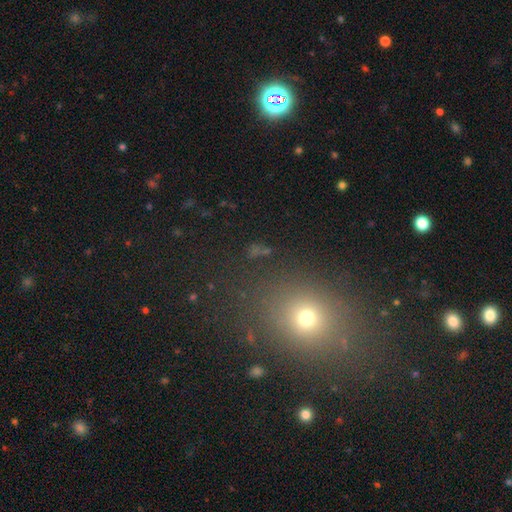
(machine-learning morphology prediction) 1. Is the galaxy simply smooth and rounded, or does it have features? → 51% smooth, 40% star or artifact, 9% featured or disk.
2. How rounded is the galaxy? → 61% round, 36% in between, 2% cigar-shaped.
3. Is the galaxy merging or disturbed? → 83% none, 9% minor disturbance, 5% major disturbance, 4% merger.